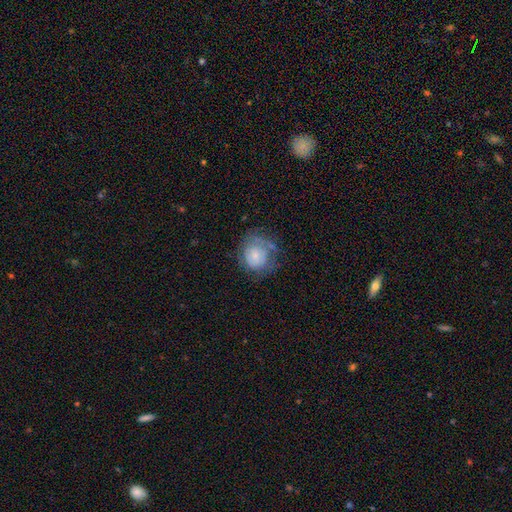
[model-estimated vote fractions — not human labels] Overall: smooth (48%; featured or disk 43%). Merging: none (50%; minor disturbance 27%).